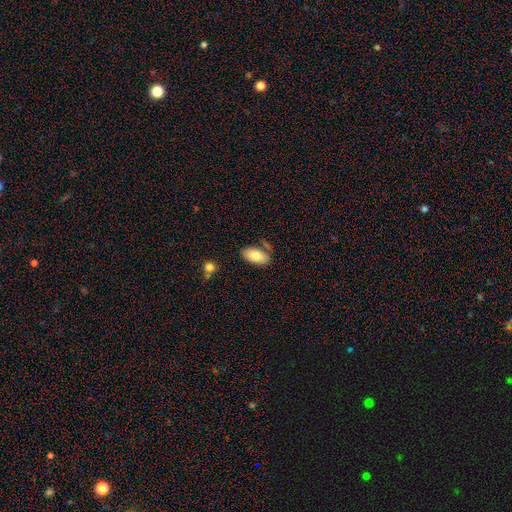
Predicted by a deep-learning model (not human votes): Smooth or featured: smooth — 79% (featured or disk — 15%)
How rounded: in between — 94% (round — 3%)
Merging: none — 71% (minor disturbance — 15%)